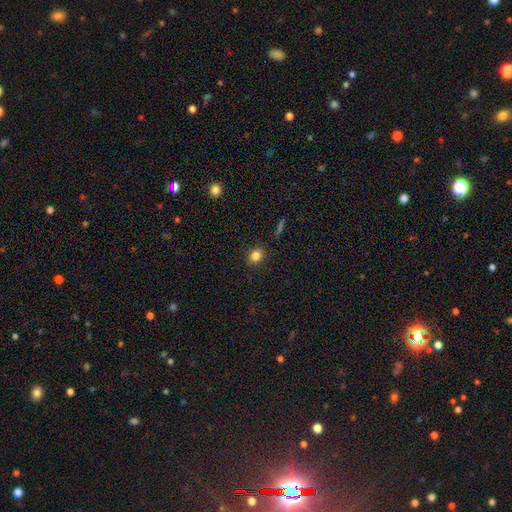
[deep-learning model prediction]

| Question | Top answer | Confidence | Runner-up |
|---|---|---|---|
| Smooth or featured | smooth | 83% | star or artifact (11%) |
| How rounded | in between | 58% | round (40%) |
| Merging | none | 88% | minor disturbance (8%) |